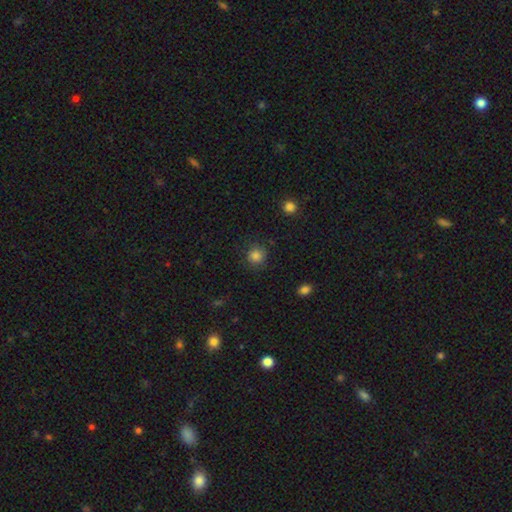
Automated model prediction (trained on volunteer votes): This is clearly a smooth galaxy (84%). How rounded: clearly round (92%). Merging: clearly none (84%).